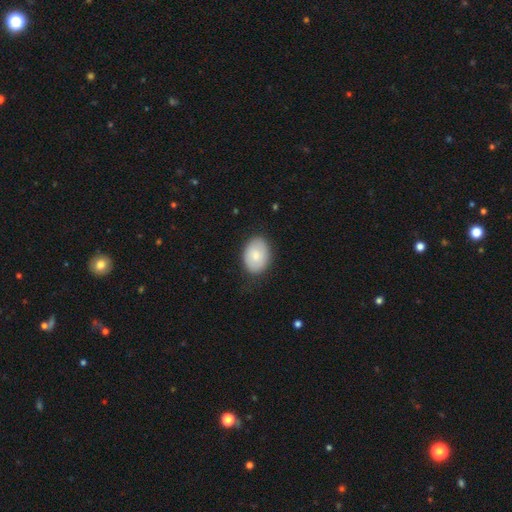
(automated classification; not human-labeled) The model was most divided on "how rounded": in between: 77%, round: 22%, cigar-shaped: 1%. More confident: merging — none (79%); smooth or featured — smooth (78%).